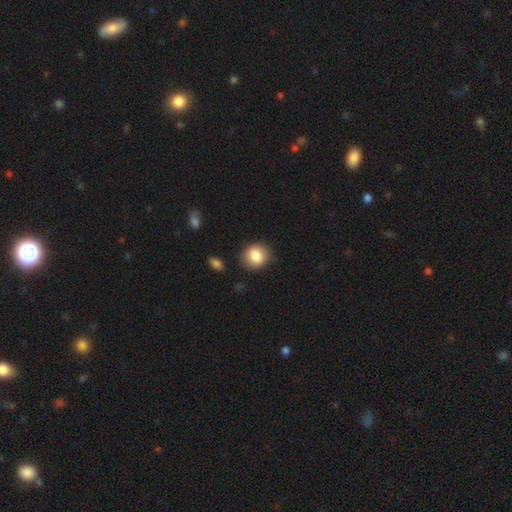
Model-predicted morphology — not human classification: smooth 85%, star or artifact 8%, featured or disk 7%. Down the decision tree: how rounded — round (79%); merging — none (86%).